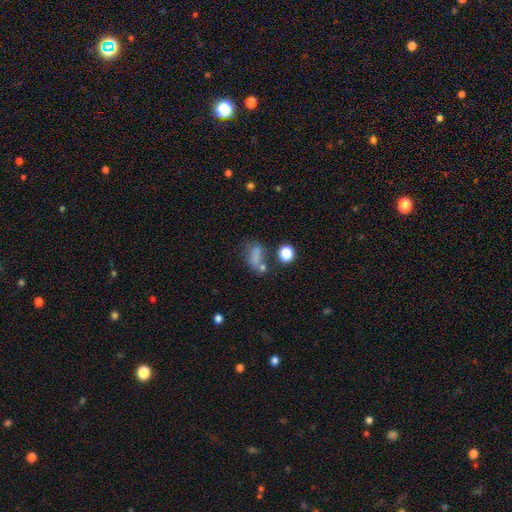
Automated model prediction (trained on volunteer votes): Q: Smooth or featured?
A: smooth (70%); runner-up: star or artifact (16%)
Q: How rounded?
A: in between (71%); runner-up: round (18%)
Q: Merging?
A: none (41%); runner-up: merger (22%)